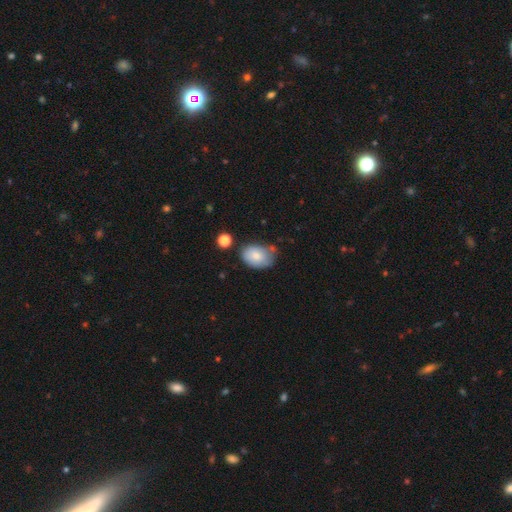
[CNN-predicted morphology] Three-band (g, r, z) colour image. It shows a smooth galaxy with no disk features (78%) that is in between round and cigar-shaped (79%). Merging: none (55%).